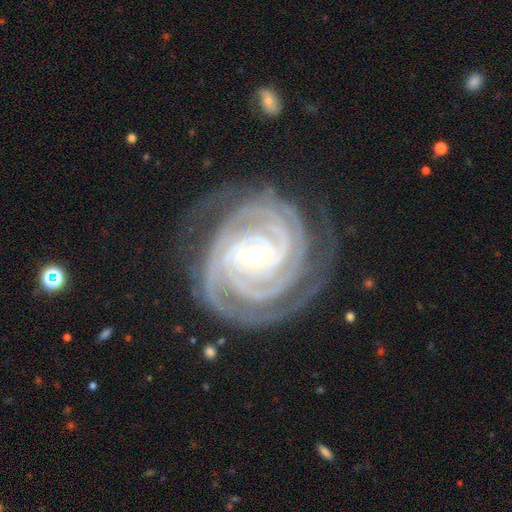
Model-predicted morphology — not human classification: Smooth or featured? Predicted: featured or disk (p=0.94). Edge-on disk? Predicted: no (p=0.98). Bar? Predicted: weak (p=0.39). Spiral arms? Predicted: yes (p=0.99). Spiral winding? Predicted: tight (p=0.87). Spiral arm count? Predicted: 3 (p=0.30). Bulge size? Predicted: moderate (p=0.59). Merging? Predicted: none (p=0.79).